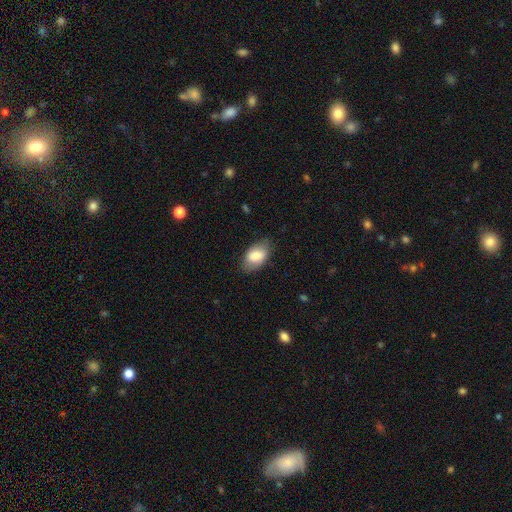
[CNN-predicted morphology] Smooth or featured? smooth (78%)
How rounded? in between (92%)
Merging? none (79%)